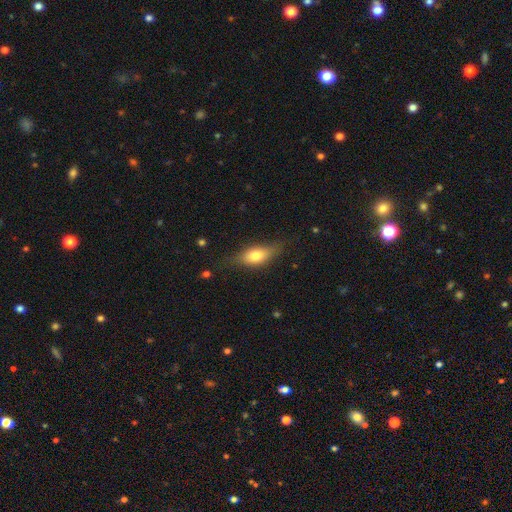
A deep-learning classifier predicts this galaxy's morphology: smooth 69%, featured or disk 23%, star or artifact 8%. Down the decision tree: how rounded — in between (75%); merging — none (67%).